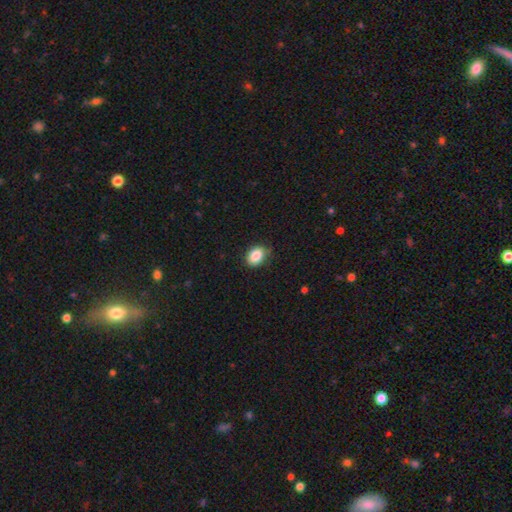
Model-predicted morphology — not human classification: type=smooth (86%); roundness=in between (74%); merging=none (82%).